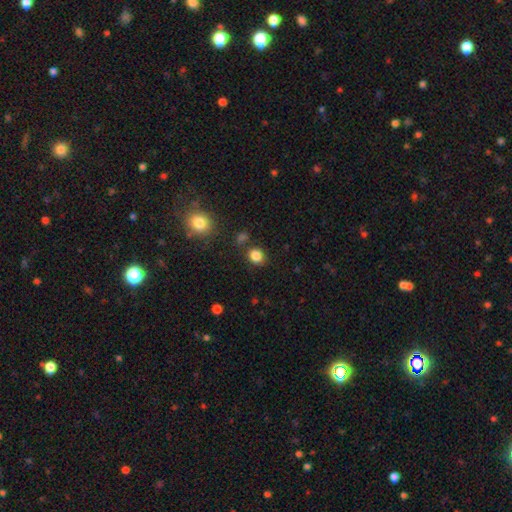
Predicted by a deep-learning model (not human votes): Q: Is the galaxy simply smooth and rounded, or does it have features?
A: smooth — 85%.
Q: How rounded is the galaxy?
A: round — 70%.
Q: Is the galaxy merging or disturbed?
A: none — 80%.